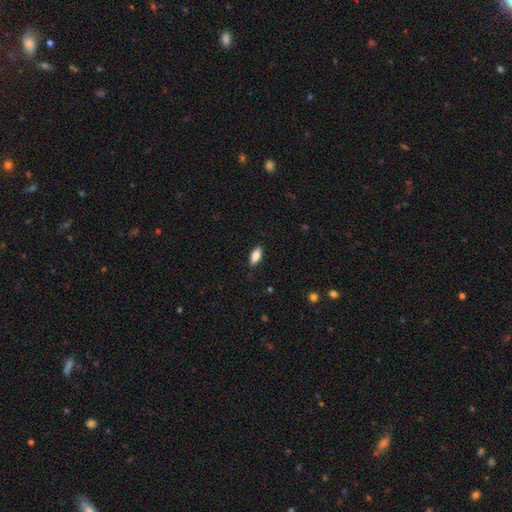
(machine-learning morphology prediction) A smooth galaxy with no disk features (80%) that is in between round and cigar-shaped (83%).

Vote fractions:
- Smooth or featured? smooth: 80% / featured or disk: 13% / star or artifact: 7%
- How rounded? in between: 83% / cigar-shaped: 14% / round: 3%
- Merging? none: 84% / minor disturbance: 12% / major disturbance: 2% / merger: 1%